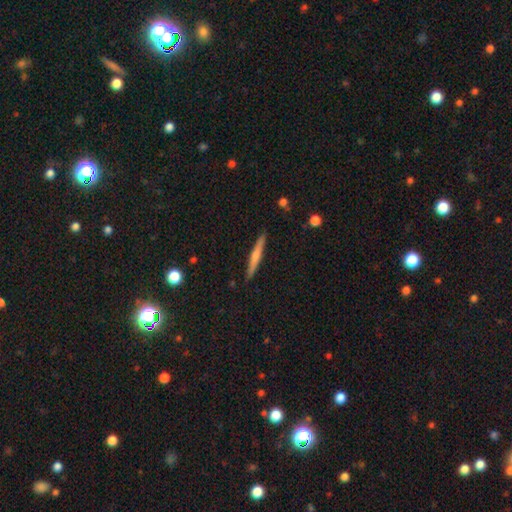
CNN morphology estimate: Overall: smooth (52%; featured or disk 42%). How rounded: cigar-shaped (95%). Merging: none (90%).